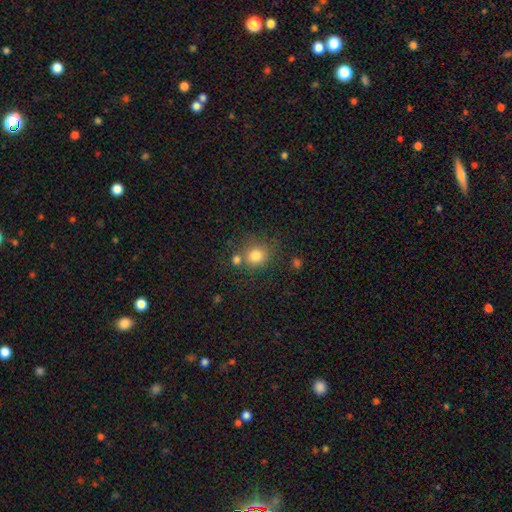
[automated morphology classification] smooth_or_featured: smooth (p=0.81) [alt: star or artifact p=0.12]
how_rounded: round (p=0.82) [alt: in between p=0.17]
merging: none (p=0.62) [alt: merger p=0.20]